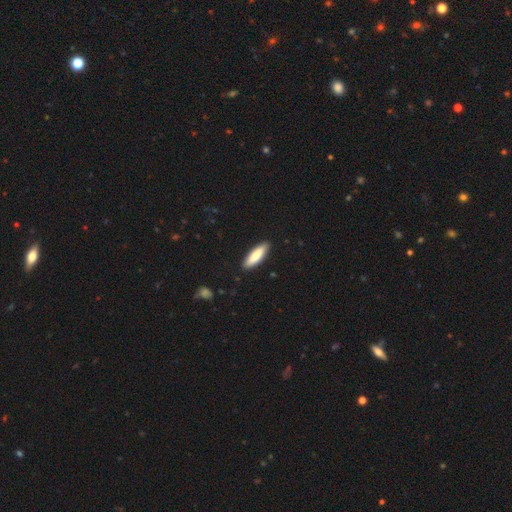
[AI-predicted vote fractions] Smooth or featured: smooth — 83% (featured or disk — 12%)
How rounded: cigar-shaped — 56% (in between — 42%)
Merging: none — 90% (minor disturbance — 8%)